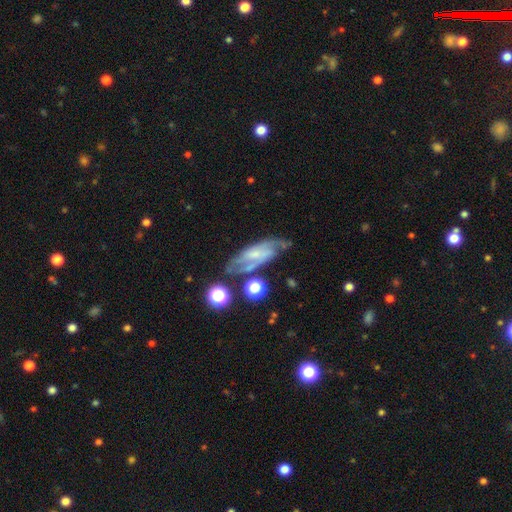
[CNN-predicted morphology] featured or disk 72%, smooth 20%, star or artifact 9%. Down the decision tree: edge-on disk — no (86%); bar — no (42%); spiral arms — yes (88%); spiral arm count — 2 (63%); spiral winding — medium (46%); bulge size — small (55%); merging — none (58%).